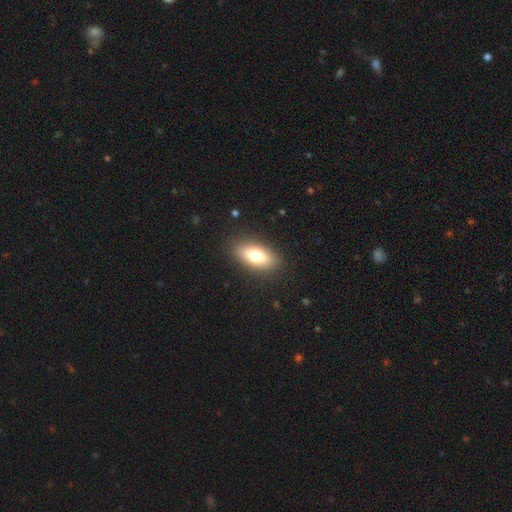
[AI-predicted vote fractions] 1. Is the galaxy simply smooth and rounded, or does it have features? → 74% smooth, 19% featured or disk, 8% star or artifact.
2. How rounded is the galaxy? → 85% in between, 10% cigar-shaped, 5% round.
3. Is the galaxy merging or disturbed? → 88% none, 8% minor disturbance, 3% major disturbance, 1% merger.